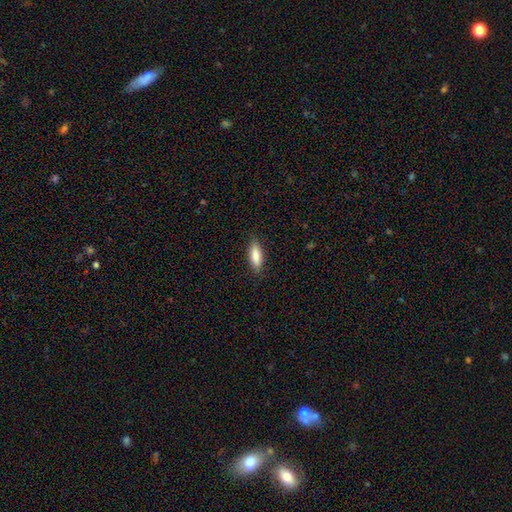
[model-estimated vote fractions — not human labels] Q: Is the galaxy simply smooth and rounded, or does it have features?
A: smooth — 85%.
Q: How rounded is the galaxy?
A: in between — 62%.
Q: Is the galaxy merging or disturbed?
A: none — 86%.